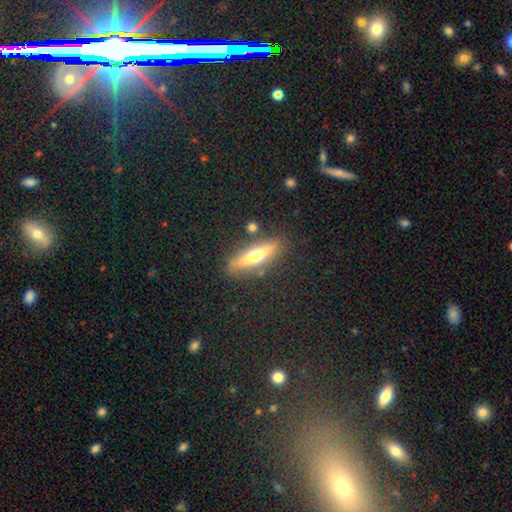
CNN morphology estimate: Smooth or featured? featured or disk (49%)
Merging? none (82%)